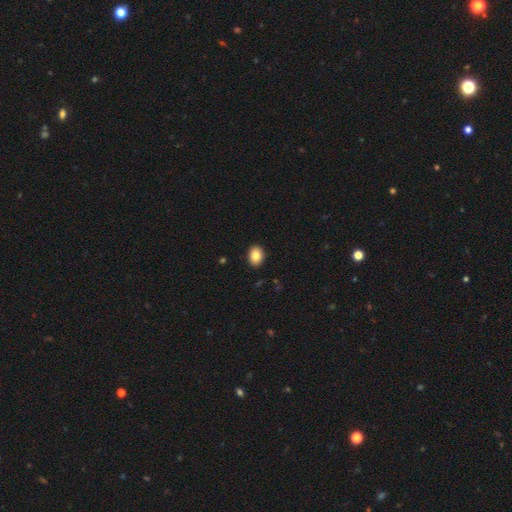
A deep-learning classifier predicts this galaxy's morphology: smooth-or-featured: smooth: 85% | star or artifact: 8% | featured or disk: 7%
  how-rounded: in between: 67% | round: 32% | cigar-shaped: 1%
  merging: none: 91% | minor disturbance: 7% | major disturbance: 2% | merger: 1%